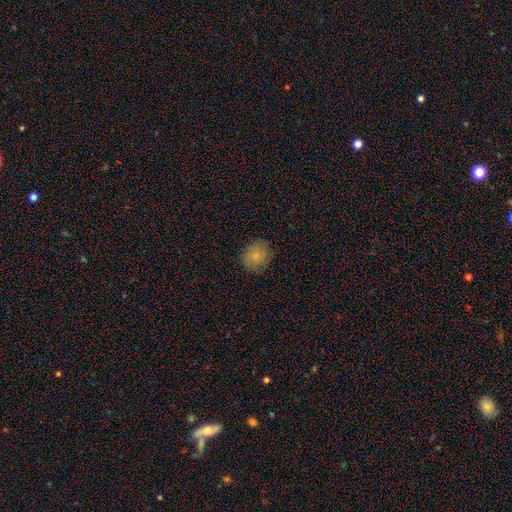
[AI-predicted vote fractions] Q: Smooth or featured?
A: smooth (75%); runner-up: featured or disk (15%)
Q: How rounded?
A: round (75%); runner-up: in between (24%)
Q: Merging?
A: none (81%); runner-up: minor disturbance (14%)